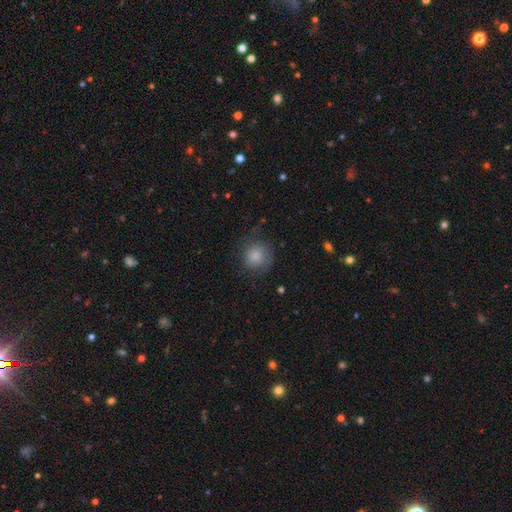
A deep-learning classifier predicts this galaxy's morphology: Smooth or featured? Predicted: smooth (p=0.73). How rounded? Predicted: round (p=0.87). Merging? Predicted: none (p=0.64).